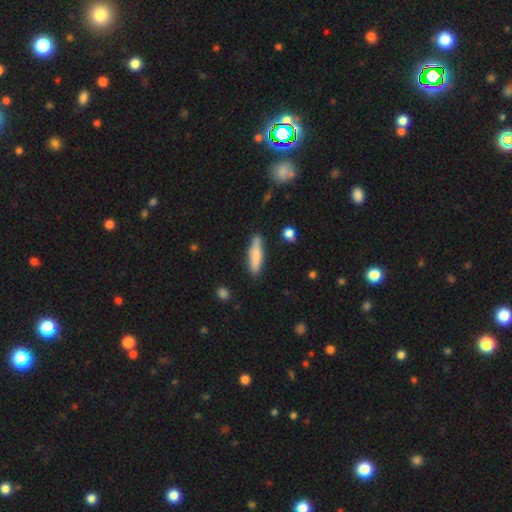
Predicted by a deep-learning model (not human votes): A smooth galaxy with no disk features (79%) that is cigar-shaped (74%).

Vote fractions:
- Smooth or featured? smooth: 79% / featured or disk: 15% / star or artifact: 6%
- How rounded? cigar-shaped: 74% / in between: 24% / round: 2%
- Merging? none: 81% / minor disturbance: 14% / major disturbance: 3% / merger: 3%